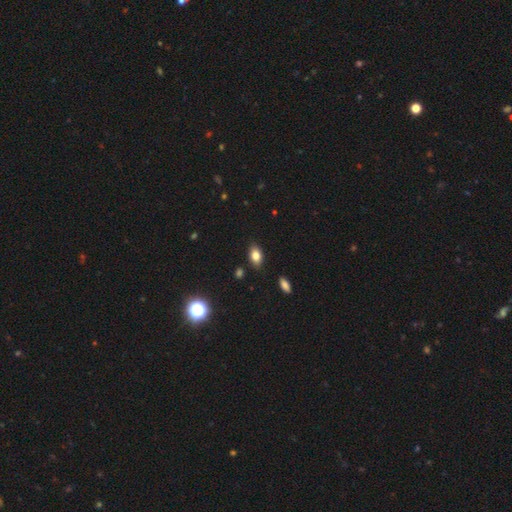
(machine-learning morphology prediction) type=smooth (80%); roundness=in between (87%); merging=none (85%).